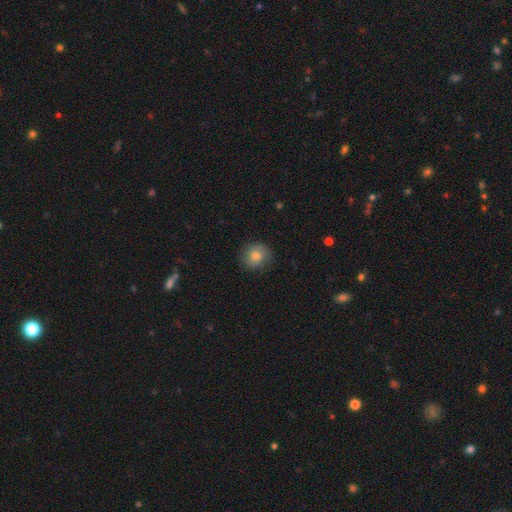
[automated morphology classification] Smooth or featured?
  - smooth: 74% *
  - featured or disk: 16%
  - star or artifact: 10%
How rounded?
  - round: 80% *
  - in between: 19%
  - cigar-shaped: 1%
Merging?
  - none: 80% *
  - minor disturbance: 15%
  - major disturbance: 4%
  - merger: 1%